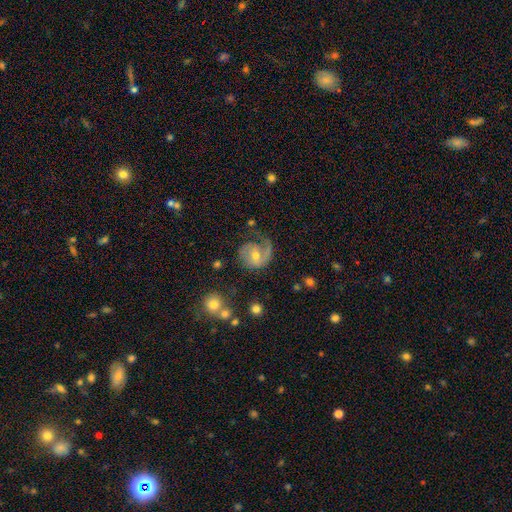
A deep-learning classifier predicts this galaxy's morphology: smooth-or-featured: featured or disk: 76% | smooth: 17% | star or artifact: 7%
  disk-edge-on: no: 98% | yes: 2%
    bar: no: 49% | weak: 41% | strong: 10%
    has-spiral-arms: yes: 92% | no: 8%
      spiral-winding: medium: 43% | tight: 32% | loose: 25%
      spiral-arm-count: 1: 58% | 2: 31% | can't tell: 7% | 3: 2% | 4: 1% | more than 4: 1%
    bulge-size: moderate: 54% | small: 40% | large: 2% | none: 2% | dominant: 1%
  merging: none: 51% | major disturbance: 25% | minor disturbance: 22% | merger: 3%